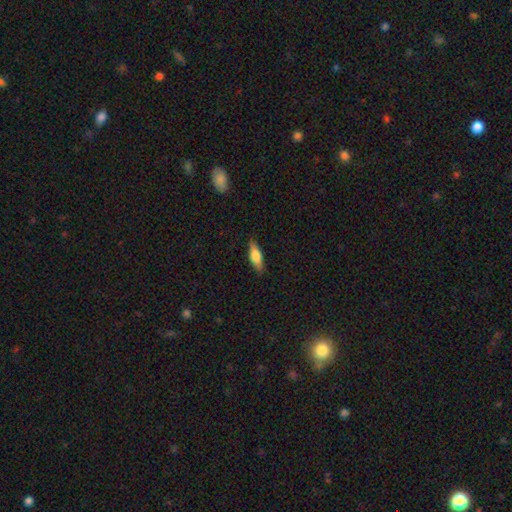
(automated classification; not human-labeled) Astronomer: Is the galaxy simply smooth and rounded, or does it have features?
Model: smooth — 69%.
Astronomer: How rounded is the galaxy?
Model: in between — 51% (runner-up: cigar-shaped, 47%).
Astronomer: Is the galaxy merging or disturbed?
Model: none — 84%.